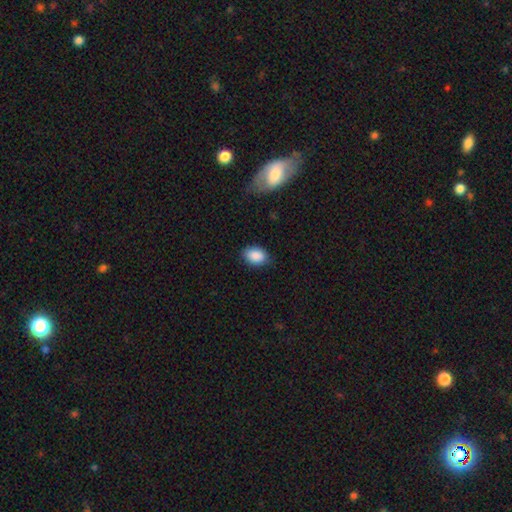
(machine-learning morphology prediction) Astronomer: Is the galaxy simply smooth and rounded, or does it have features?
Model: smooth — 89%.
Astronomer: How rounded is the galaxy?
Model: in between — 84%.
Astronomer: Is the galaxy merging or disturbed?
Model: none — 83%.